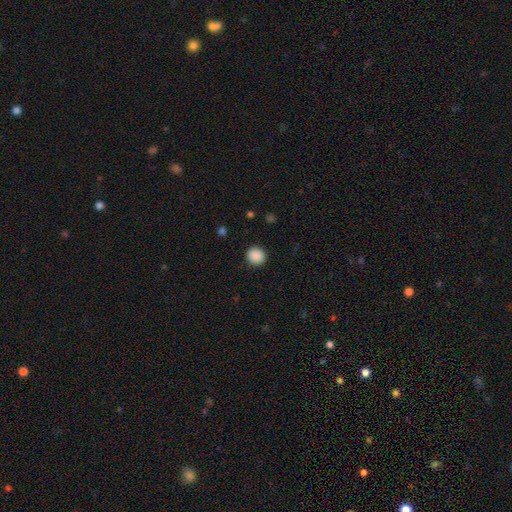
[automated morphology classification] smooth_or_featured: smooth (p=0.89) [alt: star or artifact p=0.09]
how_rounded: round (p=0.88) [alt: in between p=0.11]
merging: none (p=0.91) [alt: minor disturbance p=0.06]